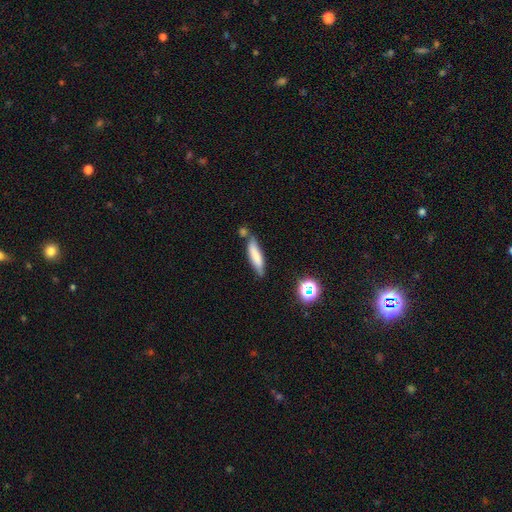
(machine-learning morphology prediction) A smooth galaxy with no disk features (74%) that is cigar-shaped (73%). Merging: none (63%).